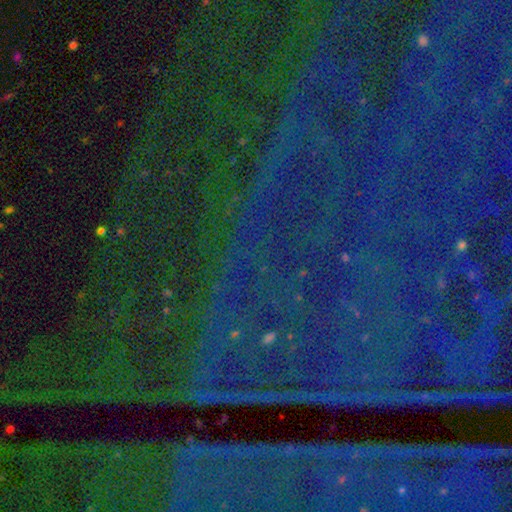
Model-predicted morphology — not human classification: This is clearly a star or artifact rather than a galaxy (86%).